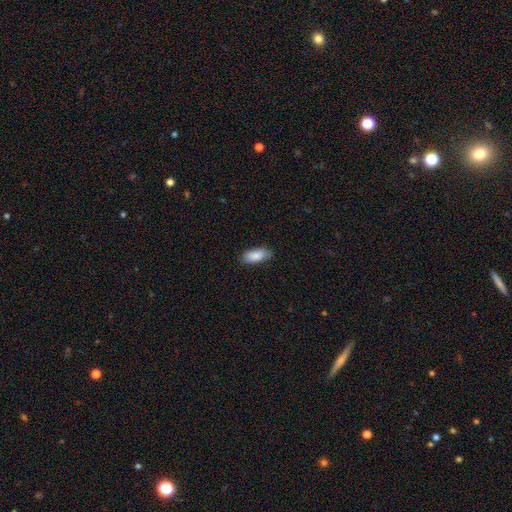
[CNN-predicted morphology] Smooth or featured: smooth — 87% (featured or disk — 6%)
How rounded: in between — 86% (cigar-shaped — 12%)
Merging: none — 83% (minor disturbance — 14%)